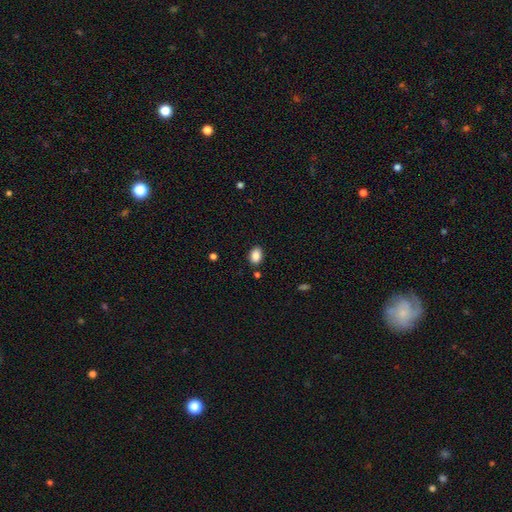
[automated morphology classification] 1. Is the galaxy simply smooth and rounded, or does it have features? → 87% smooth, 9% star or artifact, 5% featured or disk.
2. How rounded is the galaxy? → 80% in between, 19% round, 1% cigar-shaped.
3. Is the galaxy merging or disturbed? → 86% none, 9% minor disturbance, 3% merger, 2% major disturbance.